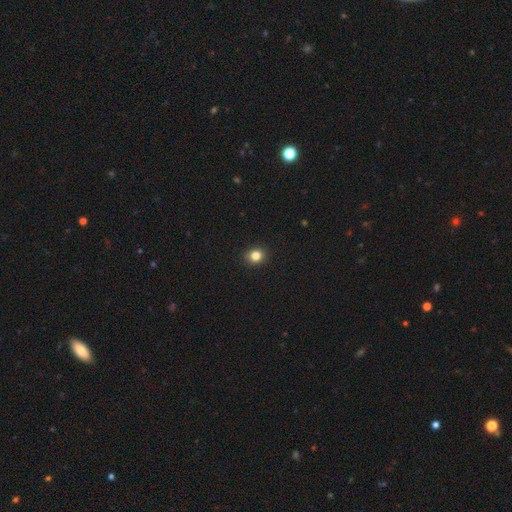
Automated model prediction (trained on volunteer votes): The model was most divided on "how rounded": round: 75%, in between: 24%, cigar-shaped: 1%. More confident: merging — none (91%); smooth or featured — smooth (82%).